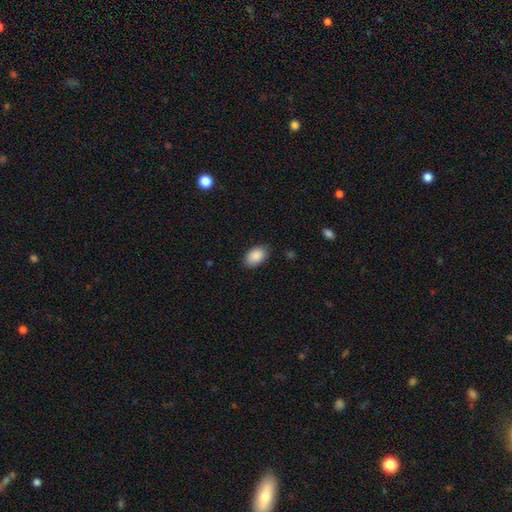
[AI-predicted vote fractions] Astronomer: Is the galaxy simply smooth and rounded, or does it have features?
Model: smooth — 90%.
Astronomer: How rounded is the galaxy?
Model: in between — 91%.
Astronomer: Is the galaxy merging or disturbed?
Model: none — 85%.